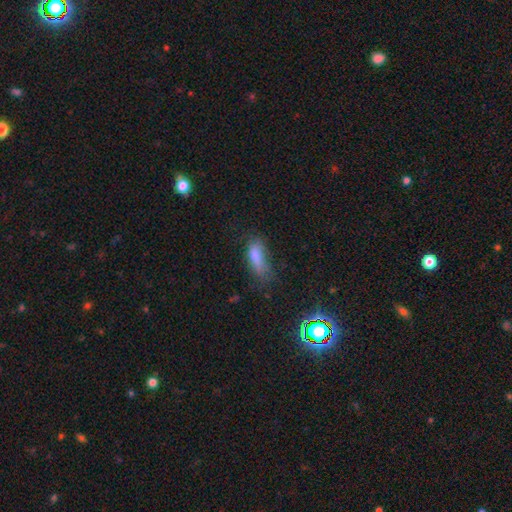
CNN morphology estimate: Overall: smooth (71%). How rounded: in between (68%). Merging: none (45%; minor disturbance 32%).